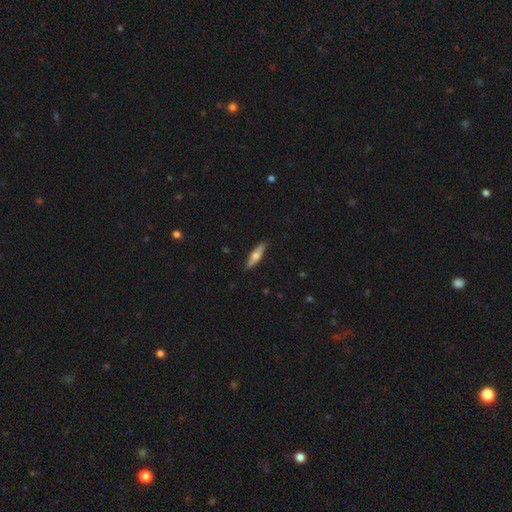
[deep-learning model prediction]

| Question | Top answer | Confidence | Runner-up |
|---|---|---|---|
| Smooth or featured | smooth | 51% | featured or disk (43%) |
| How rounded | cigar-shaped | 68% | in between (30%) |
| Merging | none | 89% | minor disturbance (9%) |